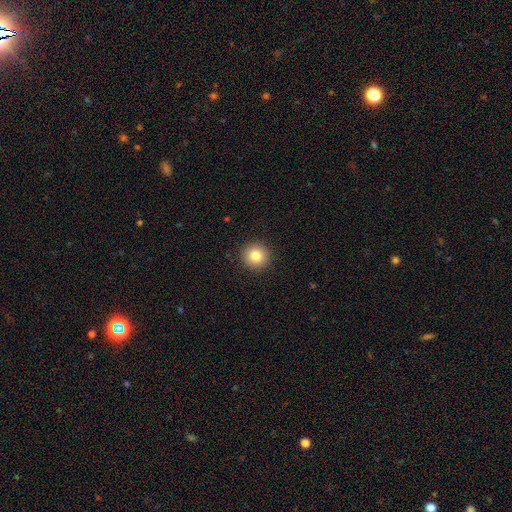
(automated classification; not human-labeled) The model was most divided on "smooth or featured": smooth: 83%, star or artifact: 10%, featured or disk: 7%. More confident: how rounded — round (94%); merging — none (92%).